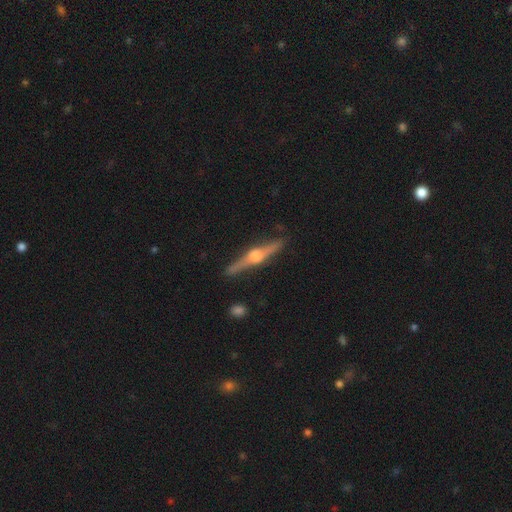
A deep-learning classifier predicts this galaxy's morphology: smooth-or-featured: featured or disk: 85% | smooth: 10% | star or artifact: 5%
  disk-edge-on: yes: 98% | no: 2%
    edge-on-bulge: rounded: 93% | boxy: 5% | none: 3%
  merging: none: 90% | minor disturbance: 7% | major disturbance: 2% | merger: 1%